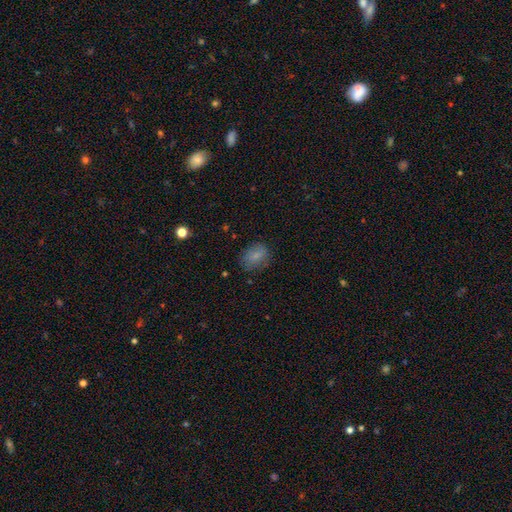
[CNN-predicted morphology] Smooth or featured?
  - smooth: 81% *
  - featured or disk: 10%
  - star or artifact: 9%
How rounded?
  - in between: 71% *
  - round: 27%
  - cigar-shaped: 2%
Merging?
  - none: 76% *
  - minor disturbance: 18%
  - major disturbance: 5%
  - merger: 1%